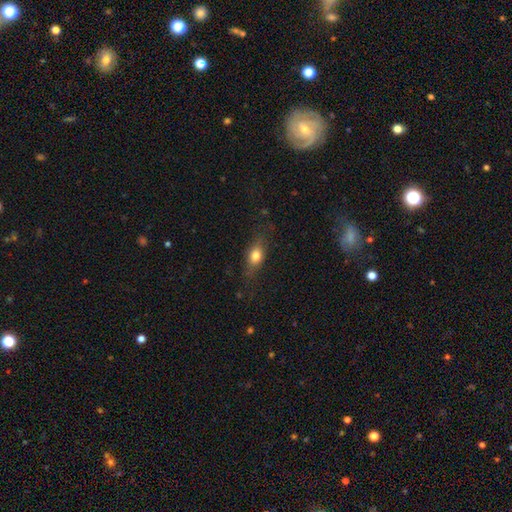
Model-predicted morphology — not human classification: Smooth or featured?
  - smooth: 74% *
  - featured or disk: 16%
  - star or artifact: 10%
How rounded?
  - in between: 68% *
  - round: 17%
  - cigar-shaped: 15%
Merging?
  - none: 72% *
  - minor disturbance: 19%
  - major disturbance: 8%
  - merger: 1%